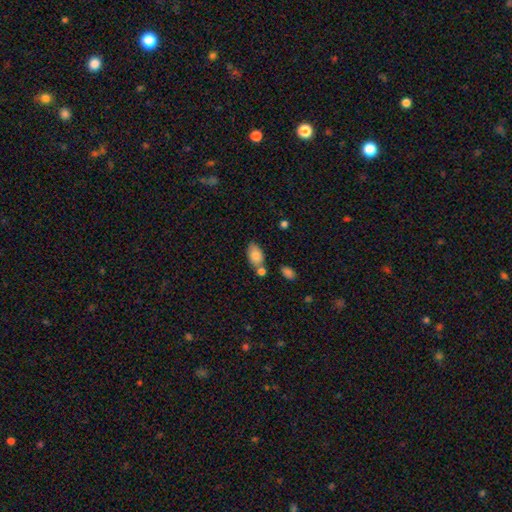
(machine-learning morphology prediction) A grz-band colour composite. It shows a smooth galaxy with no disk features (84%) that is in between round and cigar-shaped (92%). Merging: none (57%).